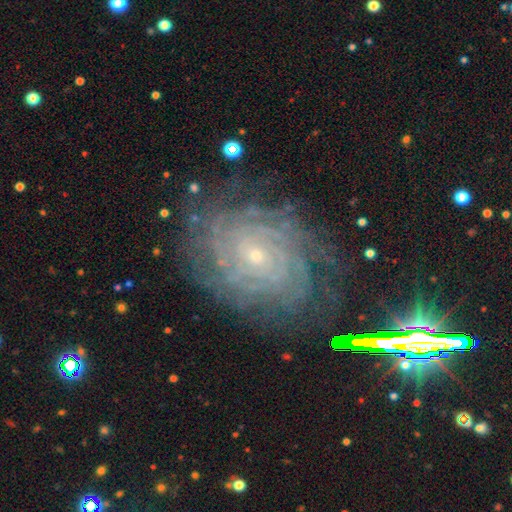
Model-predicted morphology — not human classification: featured or disk 82%, star or artifact 11%, smooth 7%. Down the decision tree: edge-on disk — no (96%); bar — no (71%); spiral arms — yes (96%); spiral arm count — can't tell (31%); spiral winding — tight (83%); bulge size — small (83%); merging — none (78%).